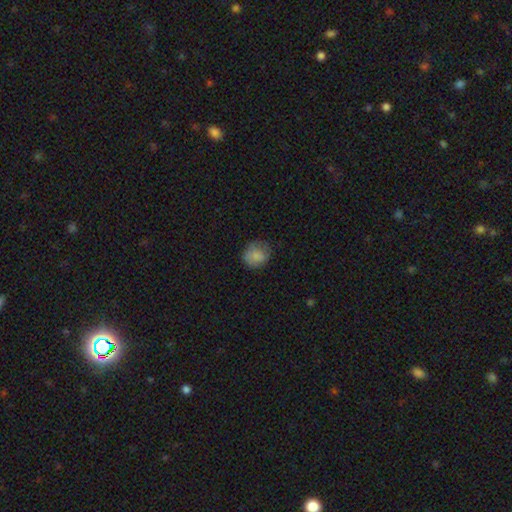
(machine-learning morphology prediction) Smooth or featured: smooth — 81% (featured or disk — 10%)
How rounded: round — 78% (in between — 21%)
Merging: none — 69% (minor disturbance — 22%)